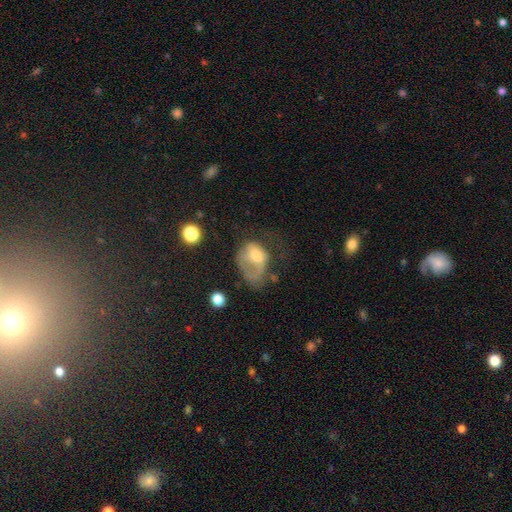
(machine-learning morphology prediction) This is possibly a smooth galaxy (48%). Merging: possibly major disturbance (57%).